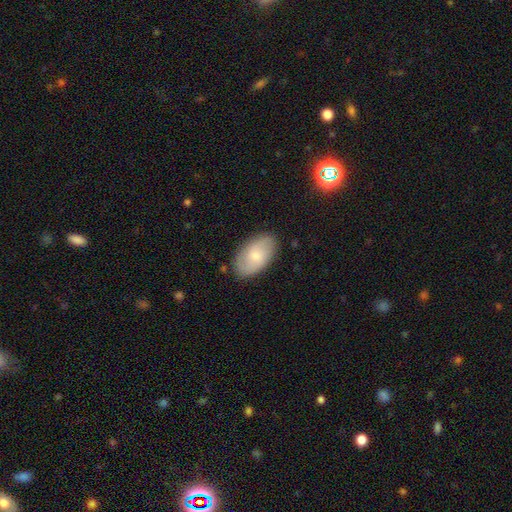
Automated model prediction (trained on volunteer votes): Smooth or featured? Predicted: smooth (p=0.59). How rounded? Predicted: in between (p=0.93). Merging? Predicted: none (p=0.84).